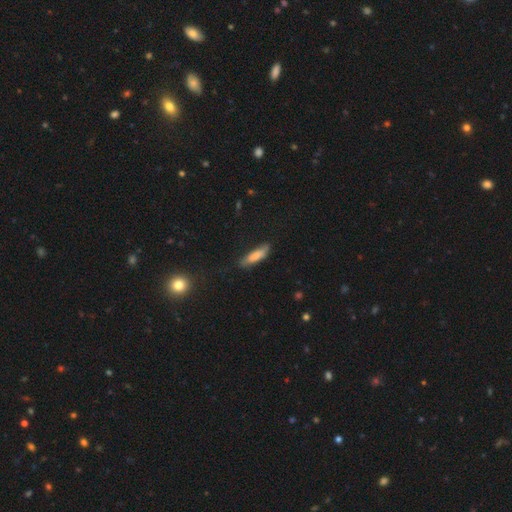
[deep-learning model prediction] Q: Smooth or featured?
A: smooth (79%); runner-up: featured or disk (14%)
Q: How rounded?
A: cigar-shaped (69%); runner-up: in between (30%)
Q: Merging?
A: none (75%); runner-up: minor disturbance (19%)